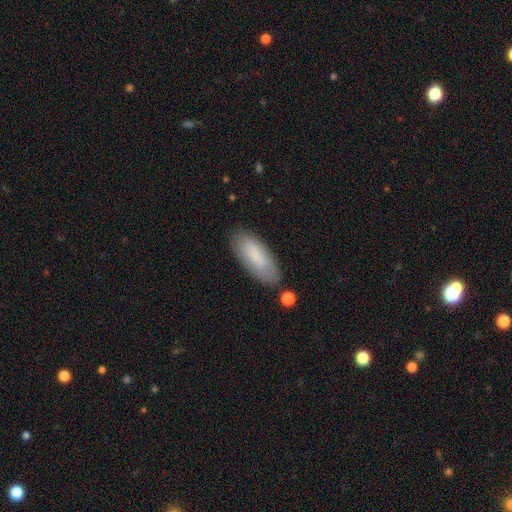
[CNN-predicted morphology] A smooth galaxy with no disk features (83%) that is in between round and cigar-shaped (75%). Merging: none (79%).